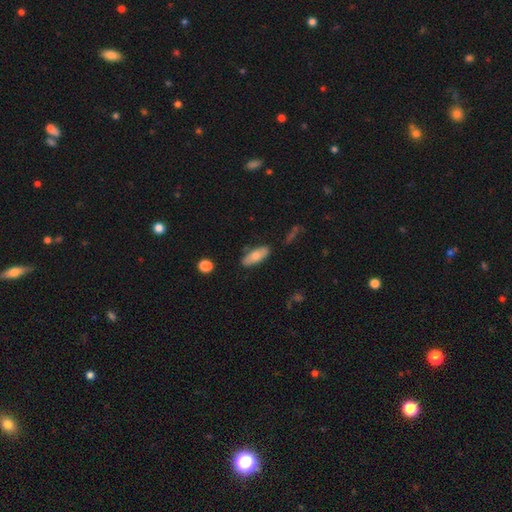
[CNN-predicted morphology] smooth_or_featured: smooth (p=0.70) [alt: featured or disk p=0.24]
how_rounded: in between (p=0.77) [alt: cigar-shaped p=0.21]
merging: none (p=0.81) [alt: minor disturbance p=0.14]